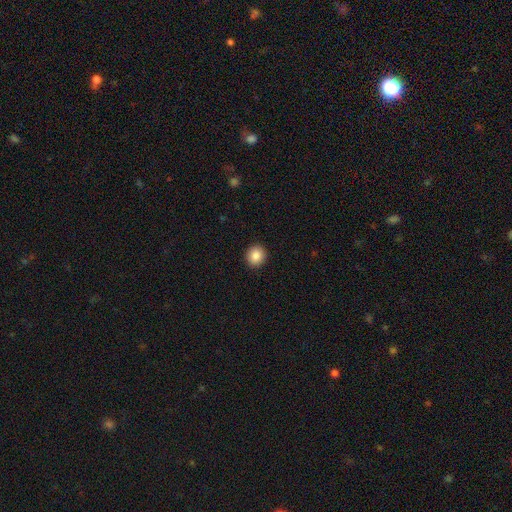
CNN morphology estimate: Smooth or featured? smooth (87%)
How rounded? round (85%)
Merging? none (92%)